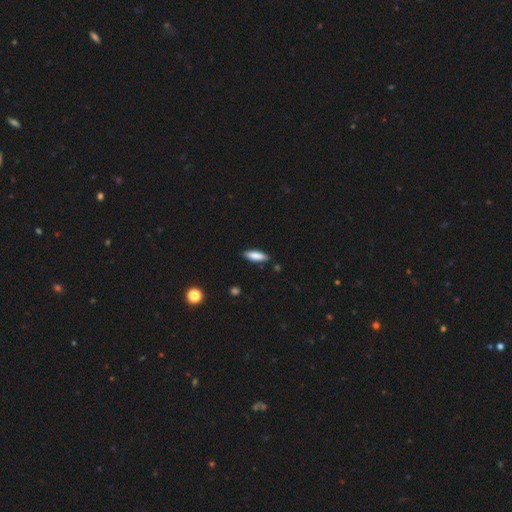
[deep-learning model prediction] Morphology: type=smooth (84%); roundness=cigar-shaped (49%, tied with in between); merging=none (86%).